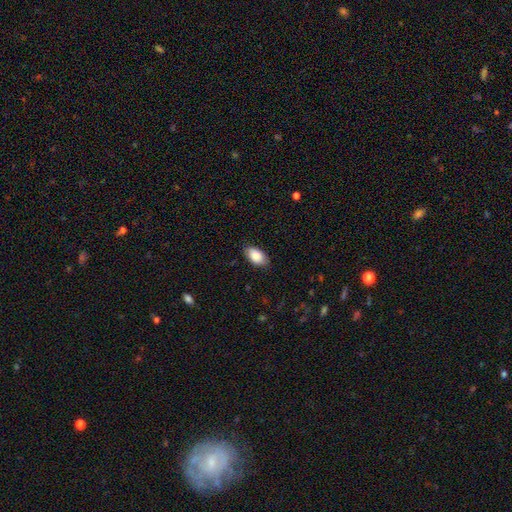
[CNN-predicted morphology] A smooth galaxy with no disk features (86%) that is in between round and cigar-shaped (93%). Merging: none (84%).